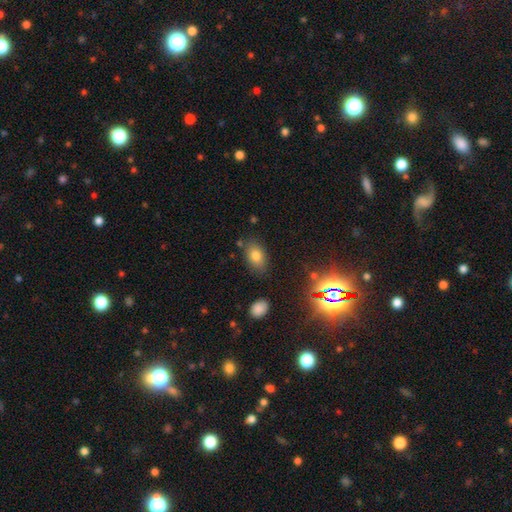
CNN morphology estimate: smooth_or_featured: smooth (p=0.77) [alt: star or artifact p=0.12]
how_rounded: in between (p=0.85) [alt: round p=0.13]
merging: none (p=0.77) [alt: minor disturbance p=0.14]